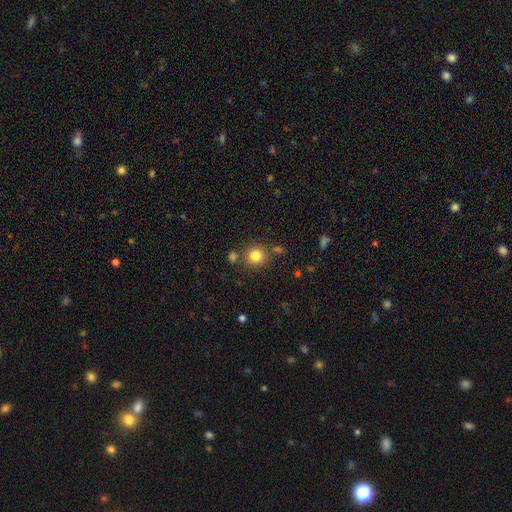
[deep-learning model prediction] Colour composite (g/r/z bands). It shows a smooth galaxy with no disk features (81%) that is round (90%). Merging: none (80%).